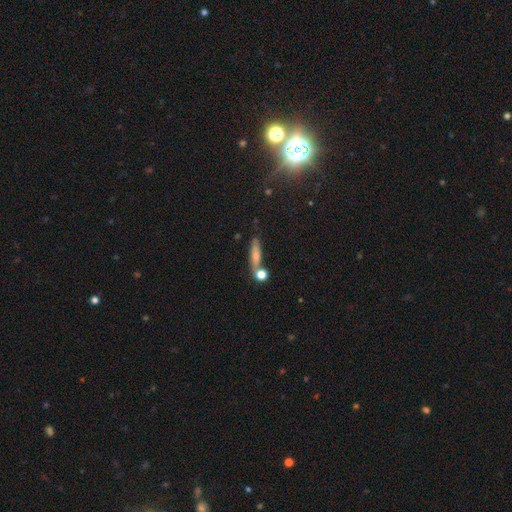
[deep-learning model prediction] smooth 64%, featured or disk 26%, star or artifact 10%. Down the decision tree: how rounded — cigar-shaped (72%); merging — none (64%).